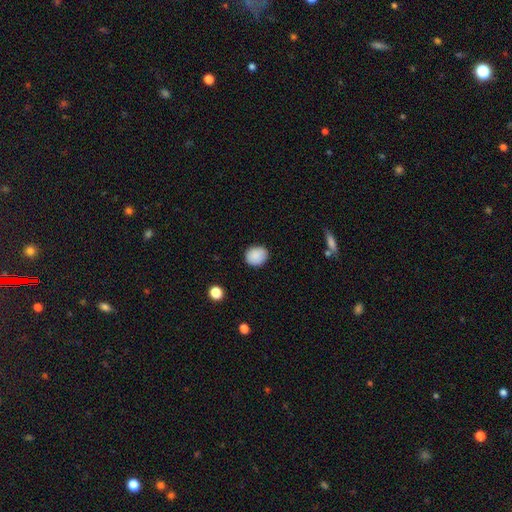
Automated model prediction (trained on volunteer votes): smooth-or-featured: smooth: 89% | star or artifact: 8% | featured or disk: 3%
  how-rounded: round: 67% | in between: 32% | cigar-shaped: 1%
  merging: none: 86% | minor disturbance: 11% | major disturbance: 2% | merger: 1%